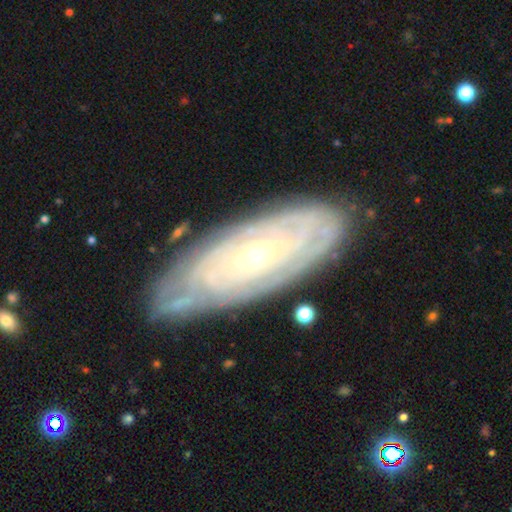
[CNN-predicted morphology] type=featured or disk (82%); edge-on=no (88%); bar=no (82%); spiral arms=yes (91%); winding=tight (86%); arm count=can't tell (53%); bulge=small (78%); merging=none (79%).